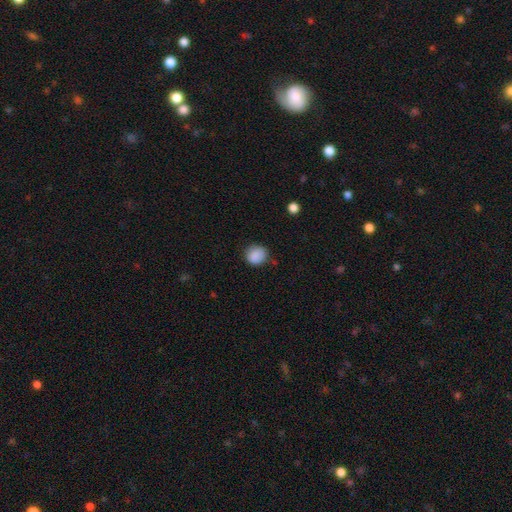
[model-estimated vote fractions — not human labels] Smooth or featured? Predicted: smooth (p=0.87). How rounded? Predicted: round (p=0.80). Merging? Predicted: none (p=0.78).